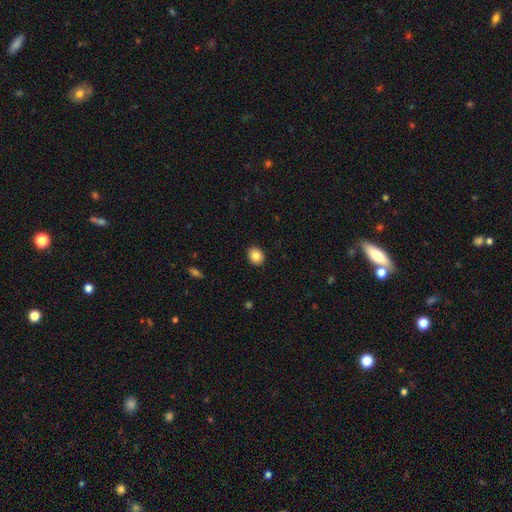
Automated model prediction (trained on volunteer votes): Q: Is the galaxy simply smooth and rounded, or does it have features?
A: smooth — 85%.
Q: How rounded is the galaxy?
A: round — 57%.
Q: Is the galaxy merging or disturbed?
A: none — 91%.